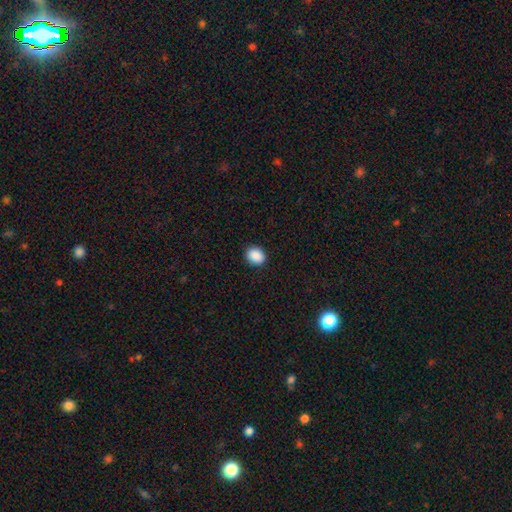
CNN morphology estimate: smooth-or-featured: smooth: 90% | star or artifact: 8% | featured or disk: 2%
  how-rounded: round: 52% | in between: 47% | cigar-shaped: 1%
  merging: none: 90% | minor disturbance: 7% | major disturbance: 2% | merger: 1%